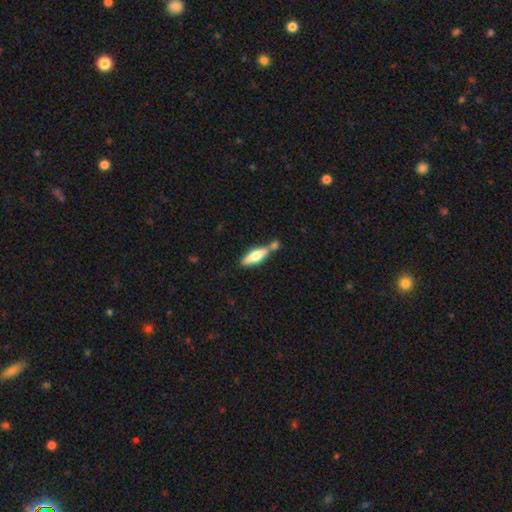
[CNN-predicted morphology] This appears to be a smooth galaxy with no disk features (54%) that is cigar-shaped (55%). Merging: none (49%).